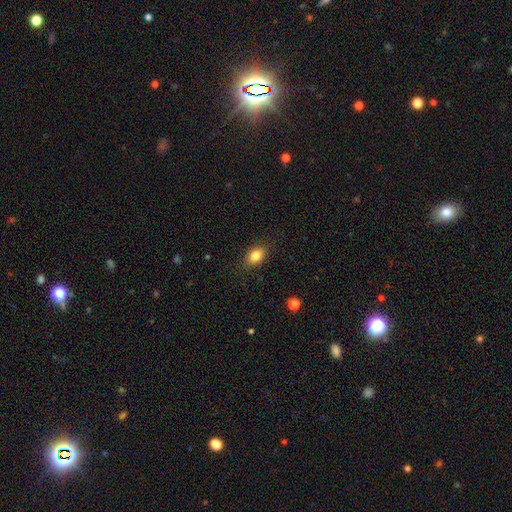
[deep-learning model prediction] Smooth or featured?
  - smooth: 83% *
  - star or artifact: 9%
  - featured or disk: 8%
How rounded?
  - in between: 80% *
  - round: 18%
  - cigar-shaped: 2%
Merging?
  - none: 86% *
  - minor disturbance: 10%
  - major disturbance: 3%
  - merger: 1%